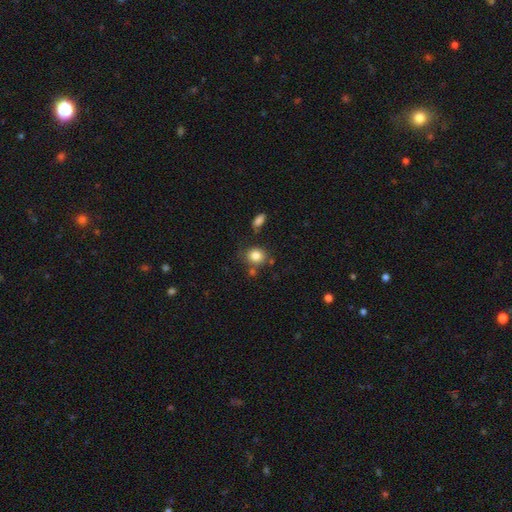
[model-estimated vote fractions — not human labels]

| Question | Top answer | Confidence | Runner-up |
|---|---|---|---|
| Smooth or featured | smooth | 83% | star or artifact (10%) |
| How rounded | round | 75% | in between (24%) |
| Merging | none | 71% | minor disturbance (14%) |